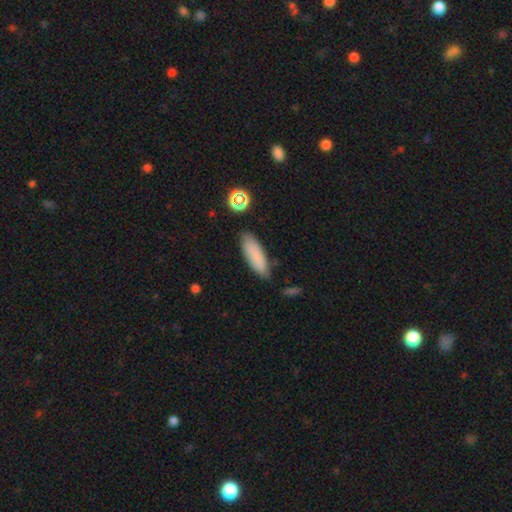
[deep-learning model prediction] smooth 83%, star or artifact 9%, featured or disk 8%. Down the decision tree: how rounded — in between (51%); merging — none (78%).